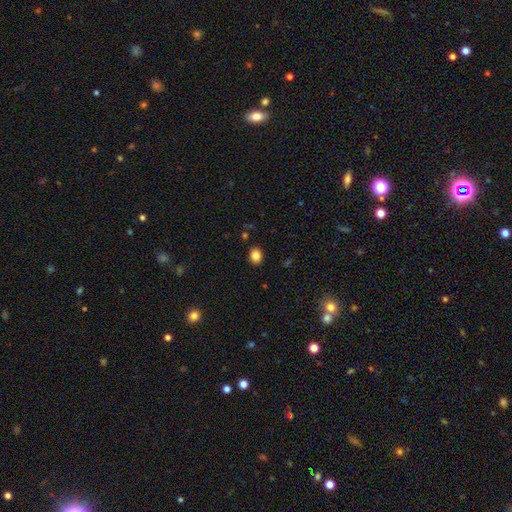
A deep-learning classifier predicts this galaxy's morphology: Smooth or featured? smooth (85%)
How rounded? in between (54%)
Merging? none (89%)